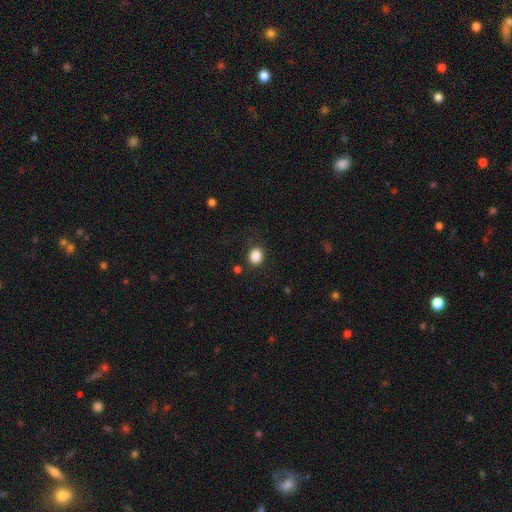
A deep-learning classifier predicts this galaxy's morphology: Smooth or featured: smooth — 86% (star or artifact — 10%)
How rounded: round — 57% (in between — 42%)
Merging: none — 82% (minor disturbance — 11%)